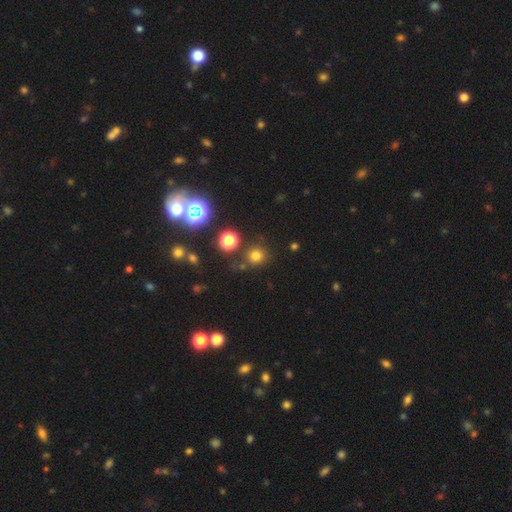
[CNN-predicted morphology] Smooth or featured? Predicted: smooth (p=0.71). How rounded? Predicted: round (p=0.90). Merging? Predicted: none (p=0.80).